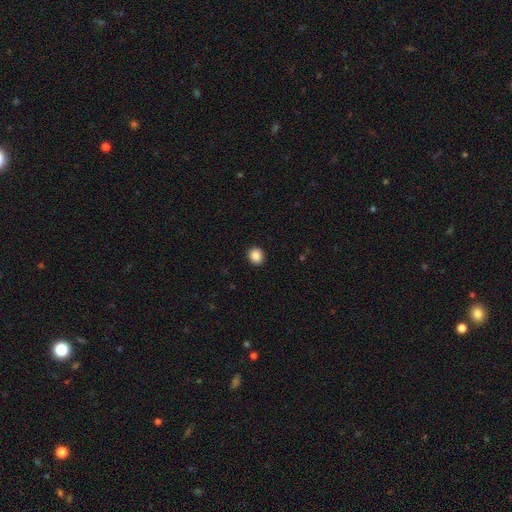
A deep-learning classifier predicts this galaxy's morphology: This appears to be a smooth galaxy with no disk features (88%) that is round (80%). Merging: none (92%).